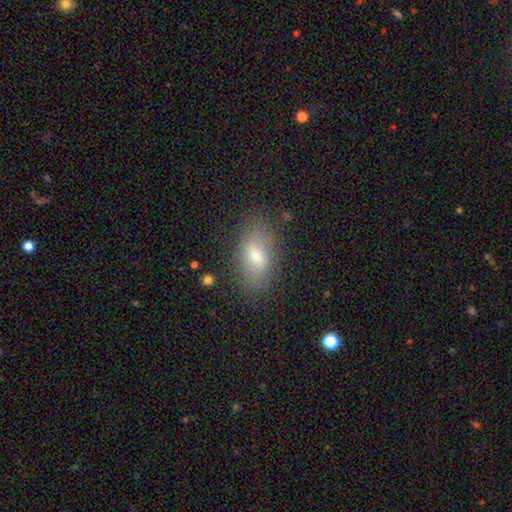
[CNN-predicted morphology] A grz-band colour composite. It shows a smooth galaxy with no disk features (73%) that is in between round and cigar-shaped (90%). Merging: none (80%).